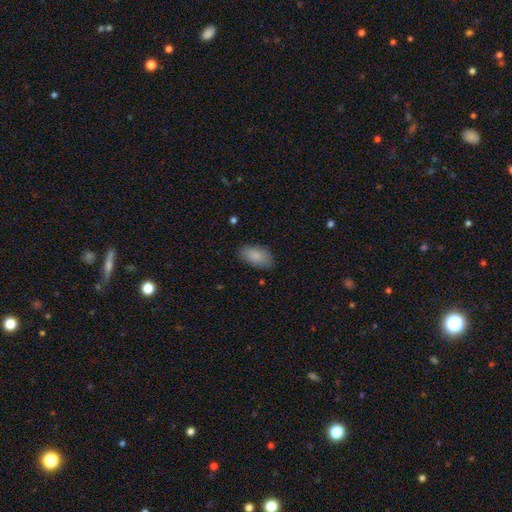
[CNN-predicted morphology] This is clearly a smooth galaxy (88%). How rounded: clearly in between (94%). Merging: clearly none (82%).